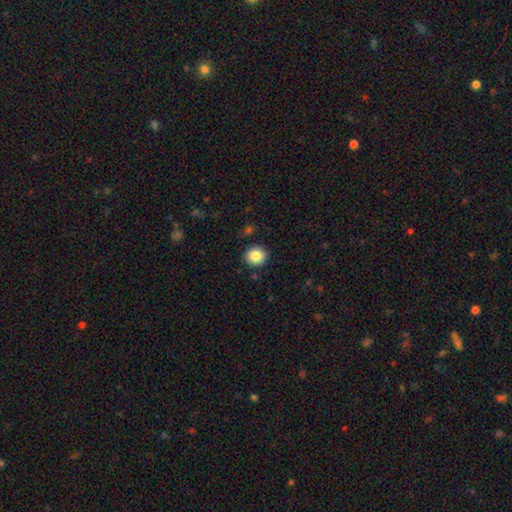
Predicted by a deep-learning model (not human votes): This appears to be a smooth galaxy with no disk features (85%) that is round (89%). Merging: none (88%).